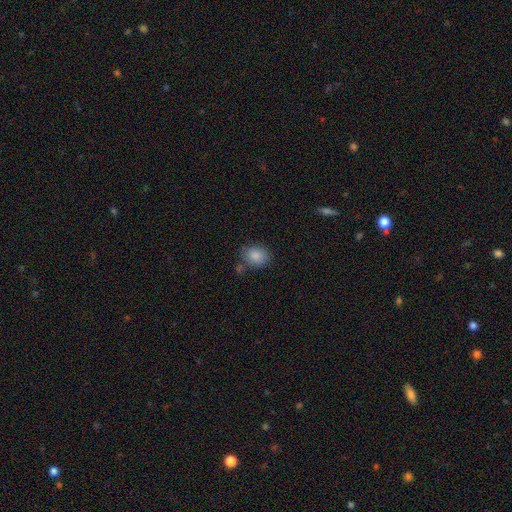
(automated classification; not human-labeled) Morphology: type=smooth (85%); roundness=in between (52%); merging=none (71%).